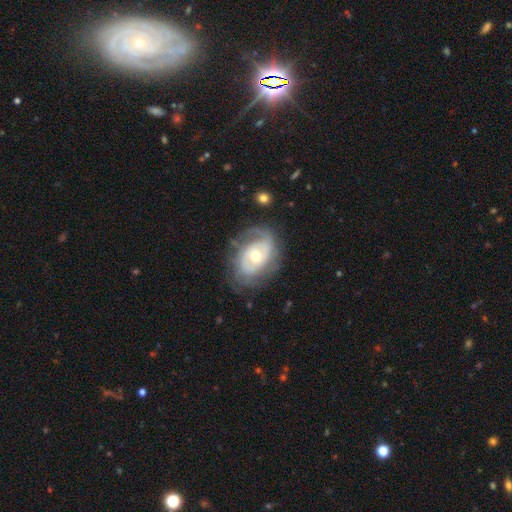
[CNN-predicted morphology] The model was most divided on "spiral arm count": 2: 40%, can't tell: 30%, 1: 19%, 3: 7%, 4: 2%, more than 4: 2%. More confident: edge-on disk — no (96%); spiral arms — yes (79%); smooth or featured — featured or disk (76%); bulge size — moderate (70%); bar — no (68%); merging — none (64%); spiral winding — tight (51%).